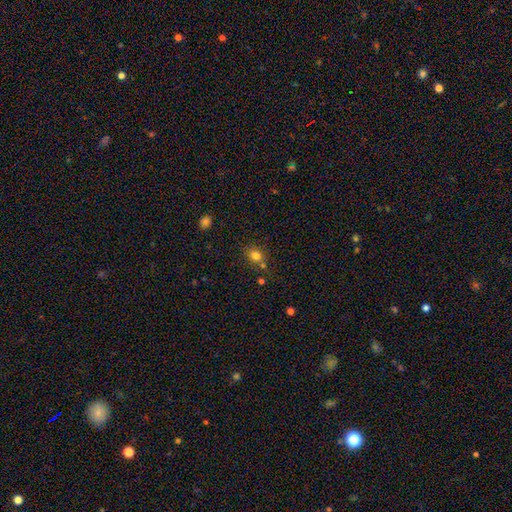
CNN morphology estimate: The model was most divided on "how rounded": round: 58%, in between: 41%, cigar-shaped: 1%. More confident: smooth or featured — smooth (78%); merging — none (67%).